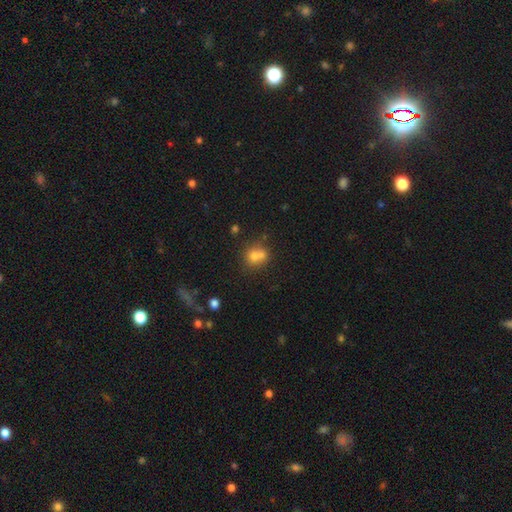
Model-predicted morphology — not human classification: smooth-or-featured: smooth: 70% | featured or disk: 17% | star or artifact: 13%
  how-rounded: round: 78% | in between: 21% | cigar-shaped: 1%
  merging: merger: 49% | none: 37% | minor disturbance: 10% | major disturbance: 4%